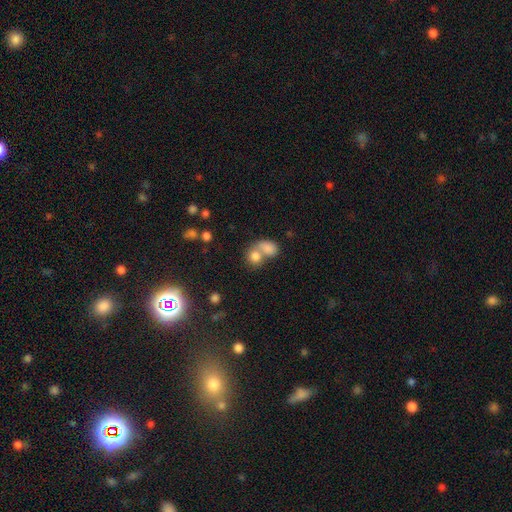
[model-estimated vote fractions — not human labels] Smooth or featured: smooth — 79% (featured or disk — 11%)
How rounded: round — 53% (in between — 46%)
Merging: merger — 61% (none — 27%)